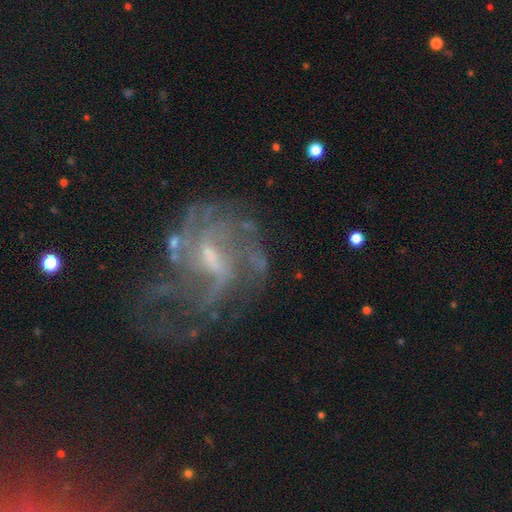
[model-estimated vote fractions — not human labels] Morphology: type=featured or disk (84%); edge-on=no (97%); bar=weak (58%); spiral arms=yes (89%); winding=medium (43%); arm count=can't tell (36%); bulge=small (49%); merging=none (50%).